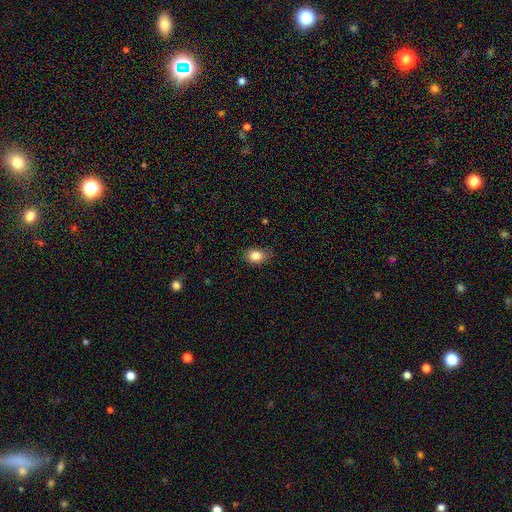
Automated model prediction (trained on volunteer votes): smooth 85%, star or artifact 10%, featured or disk 6%. Down the decision tree: how rounded — in between (64%); merging — none (77%).